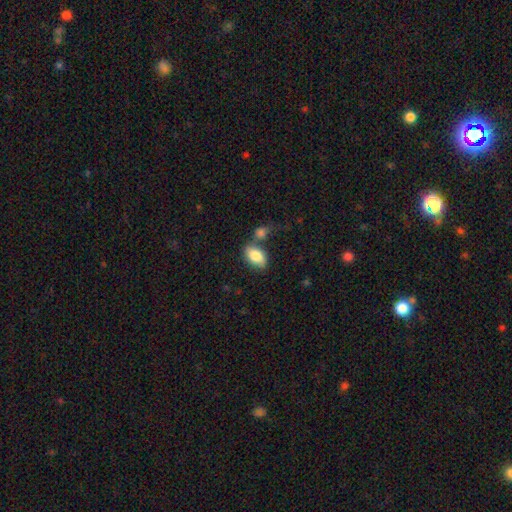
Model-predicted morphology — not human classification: type=smooth (83%); roundness=in between (91%); merging=none (51%).